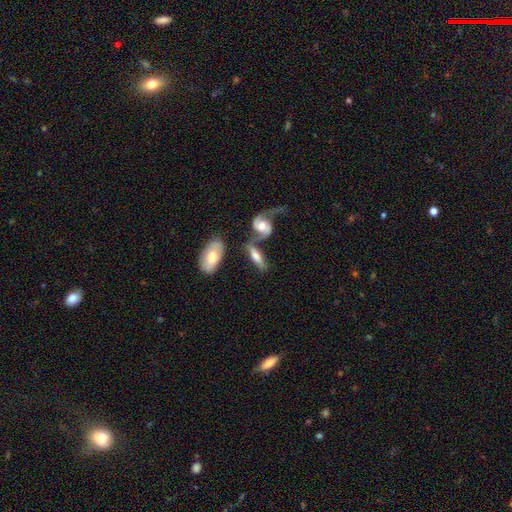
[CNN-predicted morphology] Smooth or featured? Predicted: featured or disk (p=0.48). Merging? Predicted: none (p=0.39).